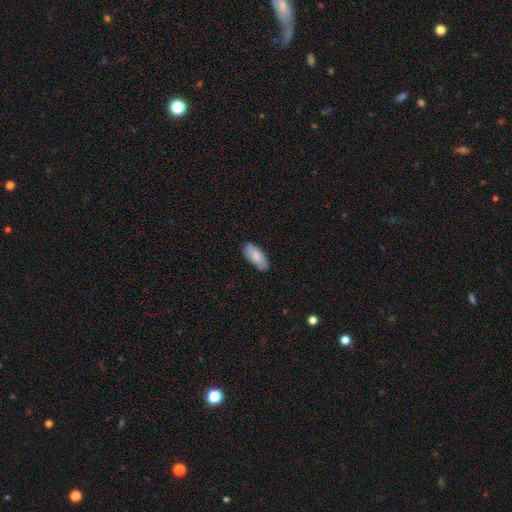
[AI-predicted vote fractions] This is likely a smooth galaxy (79%). How rounded: clearly in between (87%). Merging: clearly none (82%).